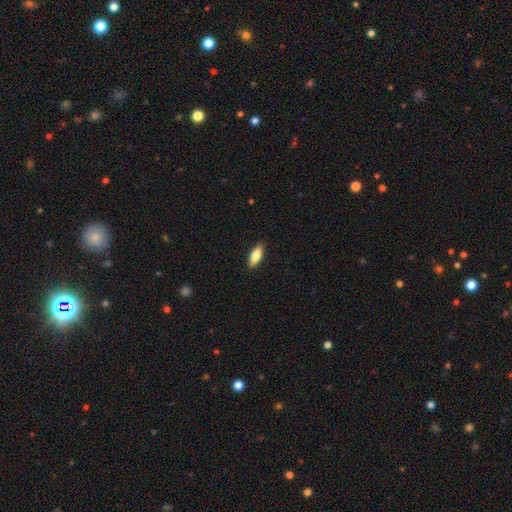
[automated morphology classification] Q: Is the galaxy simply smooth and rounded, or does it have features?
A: smooth — 80%.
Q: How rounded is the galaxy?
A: in between — 71%.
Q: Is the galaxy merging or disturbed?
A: none — 89%.